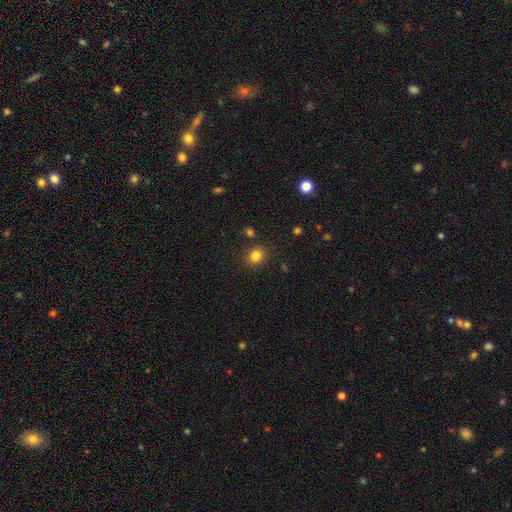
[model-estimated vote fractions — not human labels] A smooth galaxy with no disk features (83%) that is round (60%). Merging: none (84%).